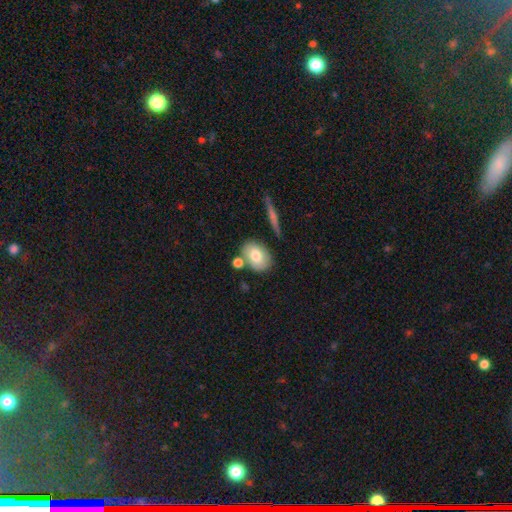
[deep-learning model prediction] A smooth galaxy with no disk features (73%) that is in between round and cigar-shaped (72%).

Vote fractions:
- Smooth or featured? smooth: 73% / featured or disk: 19% / star or artifact: 8%
- How rounded? in between: 72% / round: 27% / cigar-shaped: 2%
- Merging? none: 69% / merger: 14% / minor disturbance: 14% / major disturbance: 4%